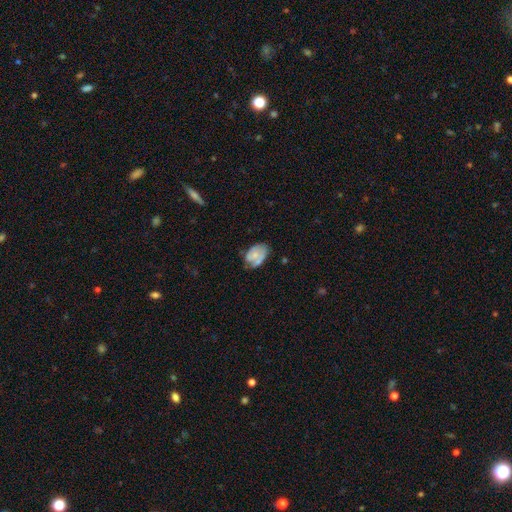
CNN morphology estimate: The model was most divided on "smooth or featured": smooth: 49%, featured or disk: 43%, star or artifact: 8%. Remaining: merging — none (46%).